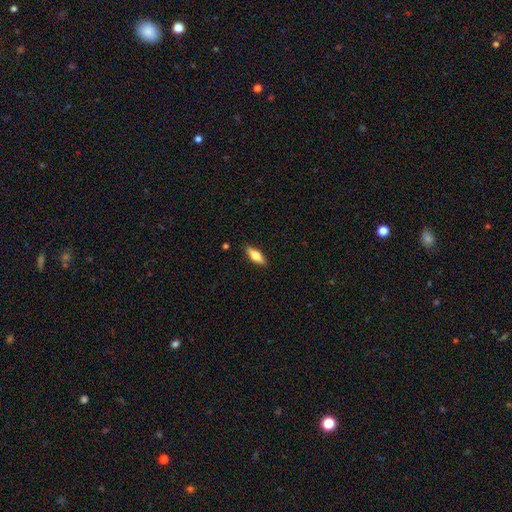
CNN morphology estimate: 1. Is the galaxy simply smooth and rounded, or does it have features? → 64% smooth, 30% featured or disk, 6% star or artifact.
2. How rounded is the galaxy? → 67% in between, 30% cigar-shaped, 3% round.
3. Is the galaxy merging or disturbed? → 88% none, 9% minor disturbance, 2% major disturbance, 1% merger.